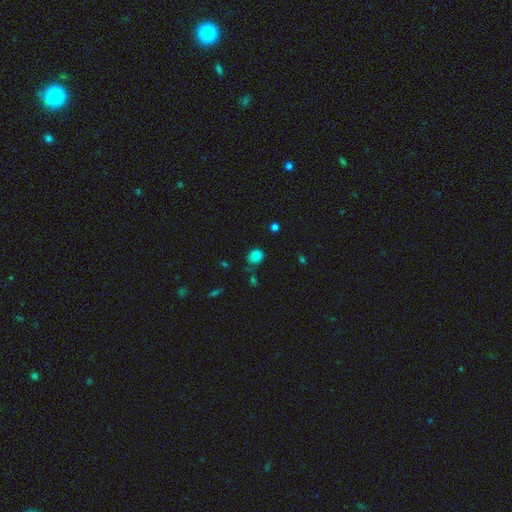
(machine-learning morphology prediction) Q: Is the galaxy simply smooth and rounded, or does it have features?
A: smooth — 82%.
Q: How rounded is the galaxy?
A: round — 67%.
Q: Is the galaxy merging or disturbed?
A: none — 69%.